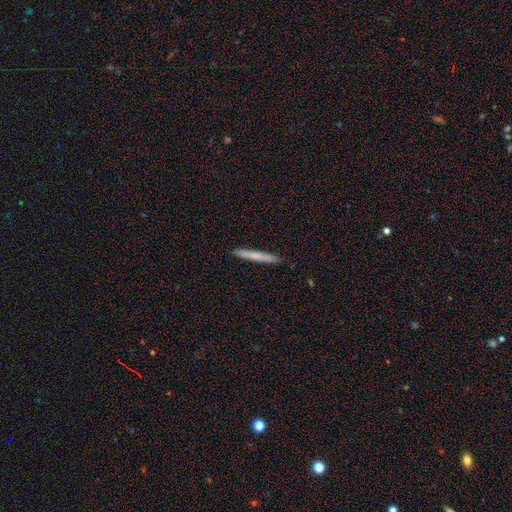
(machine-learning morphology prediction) This appears to be a smooth galaxy with no disk features (66%) that is cigar-shaped (97%). Merging: none (92%).